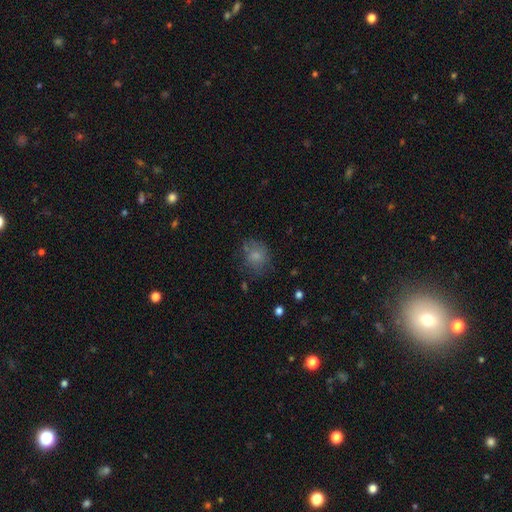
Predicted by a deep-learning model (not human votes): smooth_or_featured: smooth (p=0.75) [alt: featured or disk p=0.14]
how_rounded: round (p=0.67) [alt: in between p=0.32]
merging: none (p=0.61) [alt: minor disturbance p=0.23]